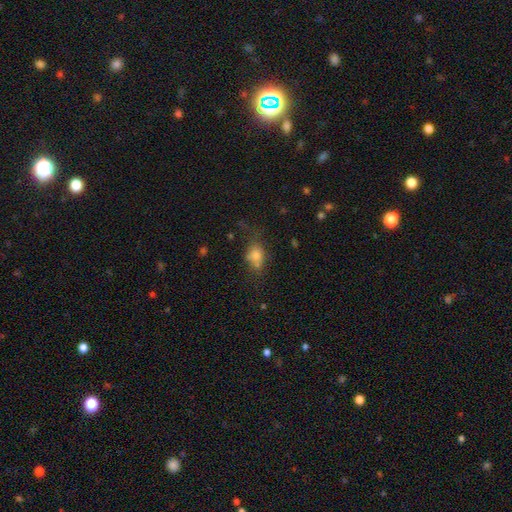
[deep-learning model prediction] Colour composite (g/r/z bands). It shows a smooth galaxy with no disk features (71%) that is in between round and cigar-shaped (60%). Merging: none (50%).